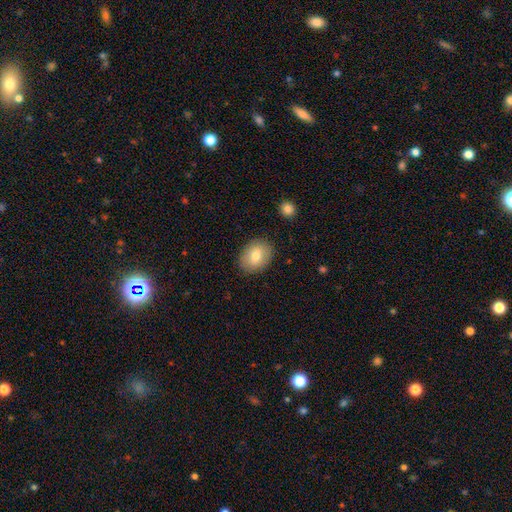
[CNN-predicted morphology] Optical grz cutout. It shows a smooth galaxy with no disk features (78%) that is in between round and cigar-shaped (71%). Merging: none (86%).